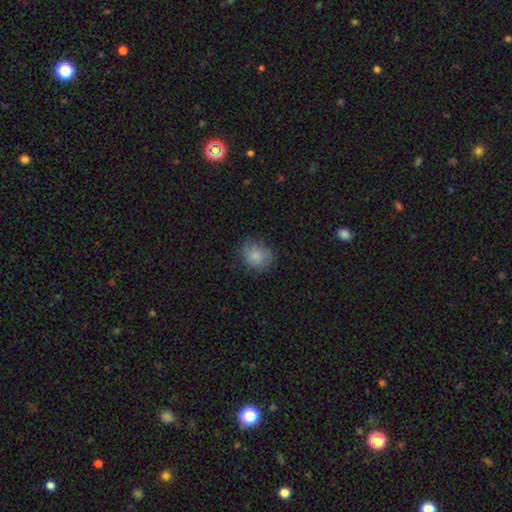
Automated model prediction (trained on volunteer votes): Overall: smooth (83%). How rounded: round (71%). Merging: none (73%).